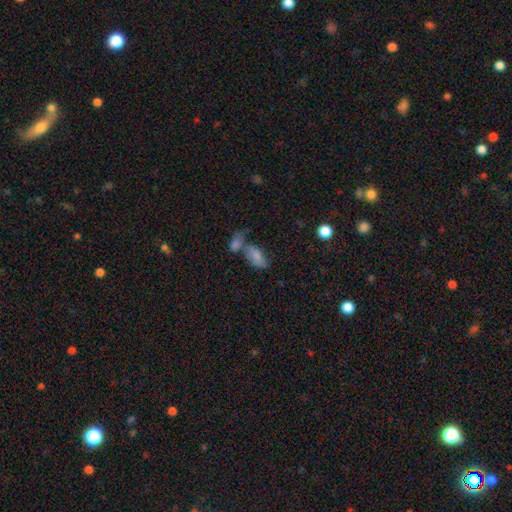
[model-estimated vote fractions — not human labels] Smooth or featured?
  - smooth: 79% *
  - featured or disk: 12%
  - star or artifact: 9%
How rounded?
  - in between: 90% *
  - cigar-shaped: 6%
  - round: 4%
Merging?
  - merger: 45% *
  - none: 33%
  - minor disturbance: 15%
  - major disturbance: 8%